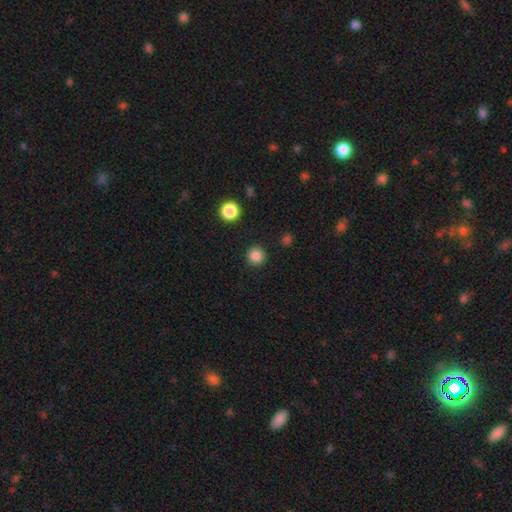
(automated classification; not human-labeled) Smooth or featured? Predicted: smooth (p=0.85). How rounded? Predicted: round (p=0.95). Merging? Predicted: none (p=0.92).